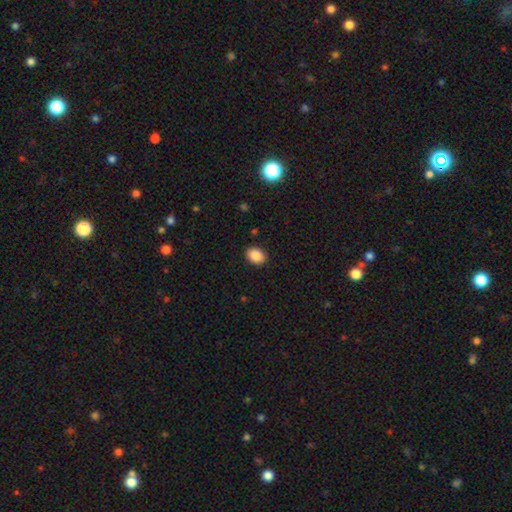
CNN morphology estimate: Smooth or featured?
  - smooth: 89% *
  - star or artifact: 8%
  - featured or disk: 3%
How rounded?
  - in between: 69% *
  - round: 31%
  - cigar-shaped: 1%
Merging?
  - none: 89% *
  - minor disturbance: 8%
  - major disturbance: 2%
  - merger: 1%